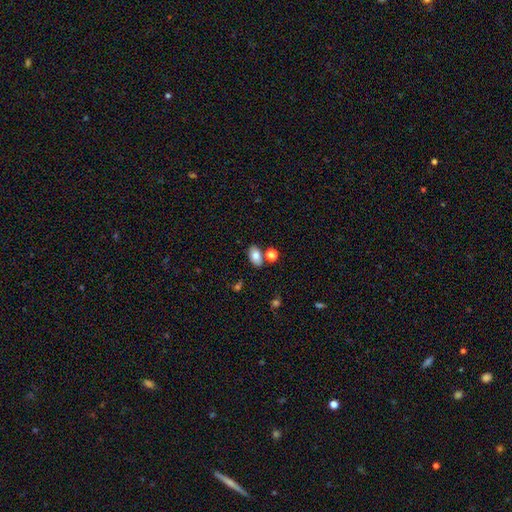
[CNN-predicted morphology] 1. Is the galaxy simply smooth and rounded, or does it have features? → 79% smooth, 12% featured or disk, 9% star or artifact.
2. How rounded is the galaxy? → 89% in between, 9% round, 2% cigar-shaped.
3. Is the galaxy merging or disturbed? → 74% none, 12% merger, 11% minor disturbance, 3% major disturbance.